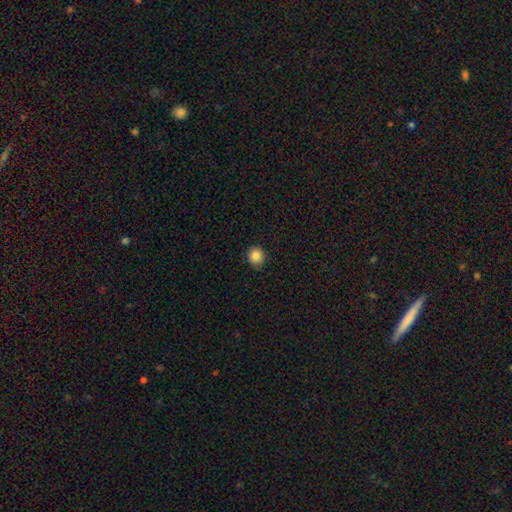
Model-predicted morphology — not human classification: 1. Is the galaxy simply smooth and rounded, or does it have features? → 85% smooth, 11% star or artifact, 4% featured or disk.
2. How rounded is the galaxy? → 88% round, 11% in between, 1% cigar-shaped.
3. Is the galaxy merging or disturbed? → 89% none, 8% minor disturbance, 2% major disturbance, 1% merger.